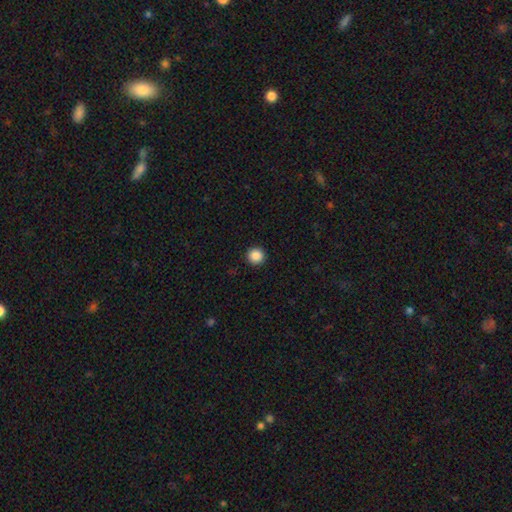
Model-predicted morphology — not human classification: This is clearly a smooth galaxy (88%). How rounded: clearly round (95%). Merging: clearly none (93%).